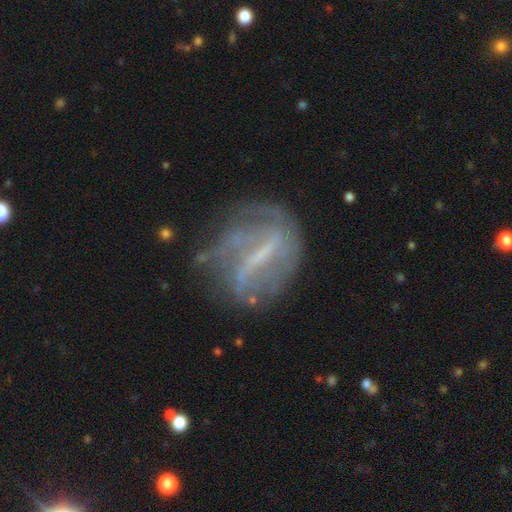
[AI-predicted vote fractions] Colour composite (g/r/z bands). It shows a featured or disk galaxy (76%) with a strong bar (62%), spiral arms (67%) and a small central bulge (42%). Merging: none (59%).